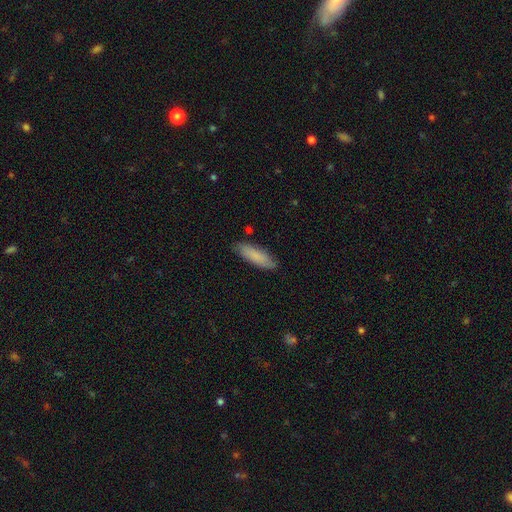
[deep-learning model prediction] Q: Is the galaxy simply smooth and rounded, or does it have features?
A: smooth — 83%.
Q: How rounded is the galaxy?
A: cigar-shaped — 55%.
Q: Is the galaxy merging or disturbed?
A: none — 85%.